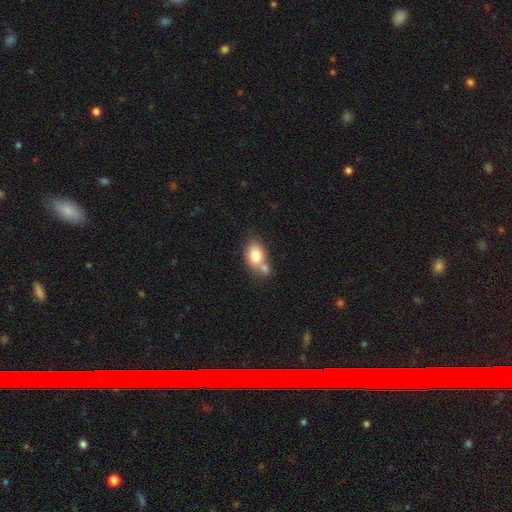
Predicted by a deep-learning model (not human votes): smooth-or-featured: smooth: 79% | featured or disk: 13% | star or artifact: 8%
  how-rounded: in between: 79% | round: 20% | cigar-shaped: 2%
  merging: merger: 41% | none: 40% | minor disturbance: 15% | major disturbance: 5%